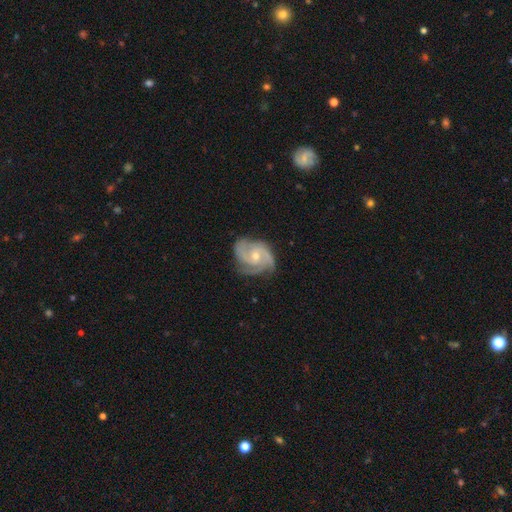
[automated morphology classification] Smooth or featured: featured or disk — 87% (smooth — 8%)
Edge-on disk: no — 98% (yes — 2%)
Bar: no — 68% (weak — 27%)
Spiral arms: yes — 97% (no — 3%)
Spiral winding: tight — 47% (medium — 44%)
Spiral arm count: 3 — 55% (2 — 21%)
Bulge size: small — 50% (moderate — 47%)
Merging: none — 69% (minor disturbance — 23%)